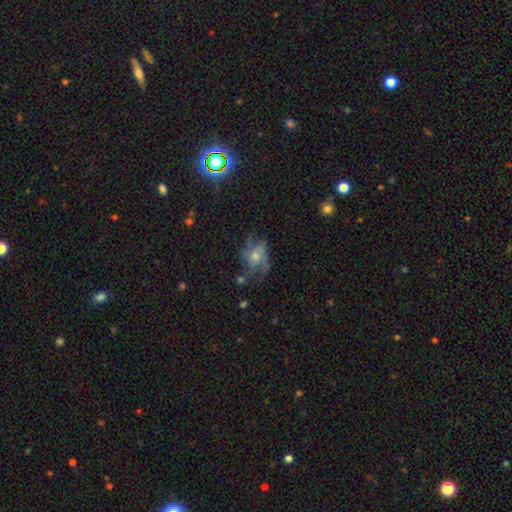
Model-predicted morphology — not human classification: Overall: featured or disk (64%). Edge-on disk: no (97%). Bar: no (76%). Spiral arms: yes (83%). Spiral arm count: 3 (28%, tied with 2). Spiral winding: medium (47%; loose 30%). Bulge size: moderate (46%; small 45%). Merging: none (56%; minor disturbance 23%).